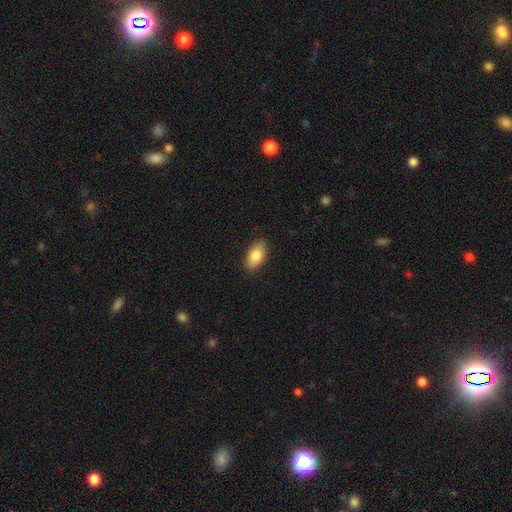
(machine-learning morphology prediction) smooth_or_featured: smooth (p=0.83) [alt: featured or disk p=0.10]
how_rounded: in between (p=0.92) [alt: cigar-shaped p=0.05]
merging: none (p=0.88) [alt: minor disturbance p=0.09]